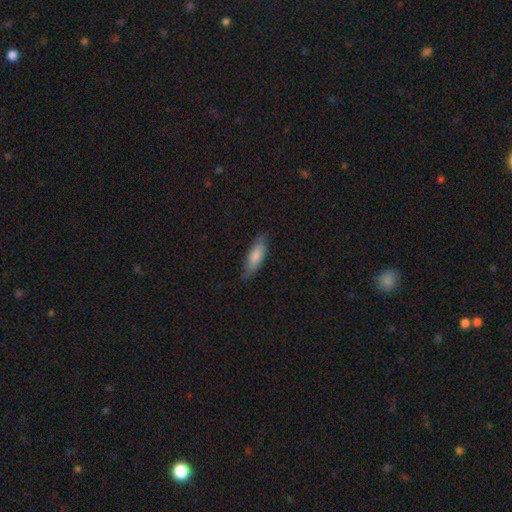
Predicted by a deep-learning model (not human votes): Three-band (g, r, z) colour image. It shows a smooth galaxy with no disk features (78%) that is in between round and cigar-shaped (64%). Merging: none (76%).